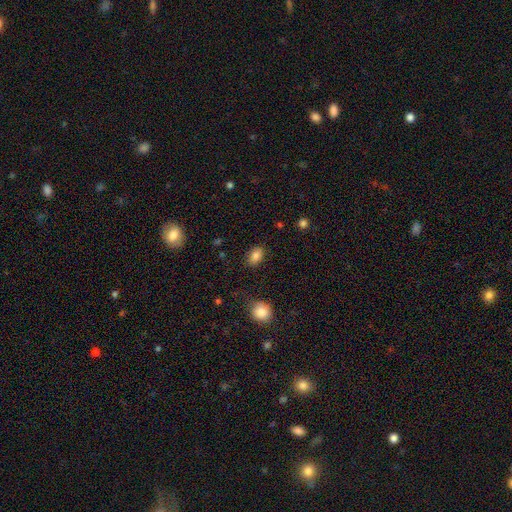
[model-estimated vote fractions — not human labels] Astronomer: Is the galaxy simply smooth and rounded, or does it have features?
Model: smooth — 84%.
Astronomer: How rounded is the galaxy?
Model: in between — 84%.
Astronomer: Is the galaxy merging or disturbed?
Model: none — 84%.